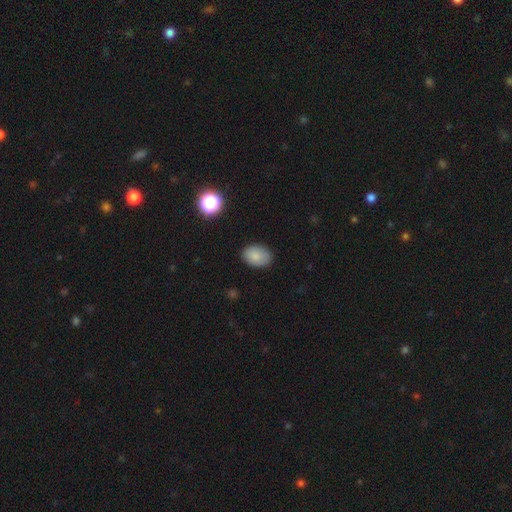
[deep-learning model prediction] A smooth galaxy with no disk features (83%) that is in between round and cigar-shaped (81%).

Vote fractions:
- Smooth or featured? smooth: 83% / star or artifact: 9% / featured or disk: 8%
- How rounded? in between: 81% / round: 17% / cigar-shaped: 1%
- Merging? none: 83% / minor disturbance: 13% / major disturbance: 3% / merger: 1%